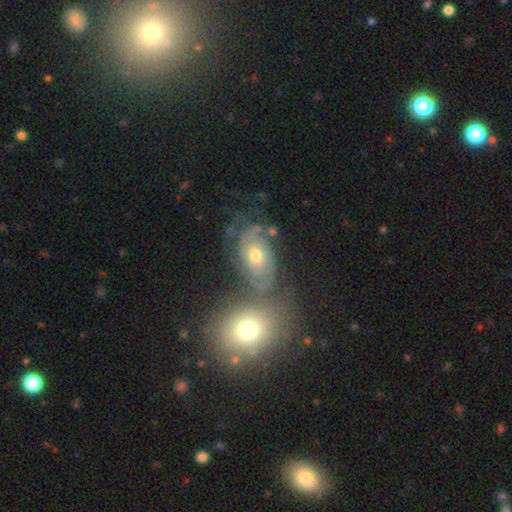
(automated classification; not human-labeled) featured or disk 74%, smooth 18%, star or artifact 8%. Down the decision tree: edge-on disk — no (95%); bar — no (80%); spiral arms — yes (83%); spiral arm count — 2 (41%); spiral winding — tight (73%); bulge size — moderate (70%); merging — none (56%).